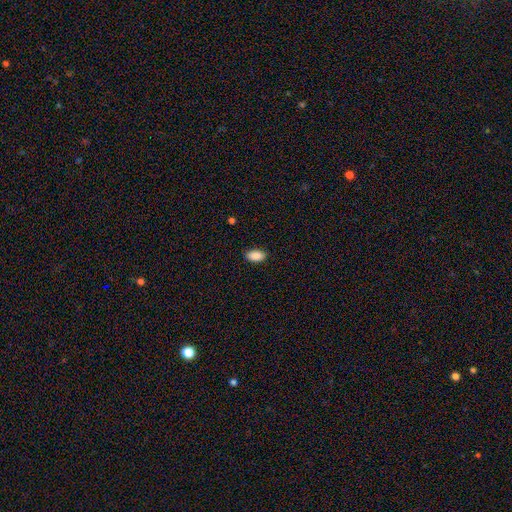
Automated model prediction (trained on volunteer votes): This appears to be a smooth galaxy with no disk features (90%) that is in between round and cigar-shaped (94%). Merging: none (88%).